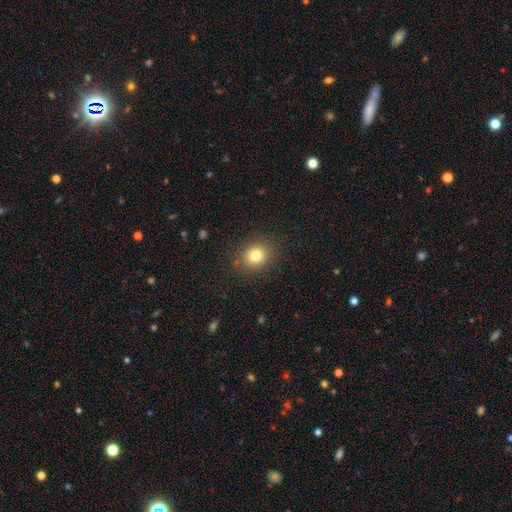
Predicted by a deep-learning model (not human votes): A smooth galaxy with no disk features (79%) that is round (75%).

Vote fractions:
- Smooth or featured? smooth: 79% / star or artifact: 13% / featured or disk: 8%
- How rounded? round: 75% / in between: 24% / cigar-shaped: 1%
- Merging? none: 87% / minor disturbance: 8% / major disturbance: 3% / merger: 1%